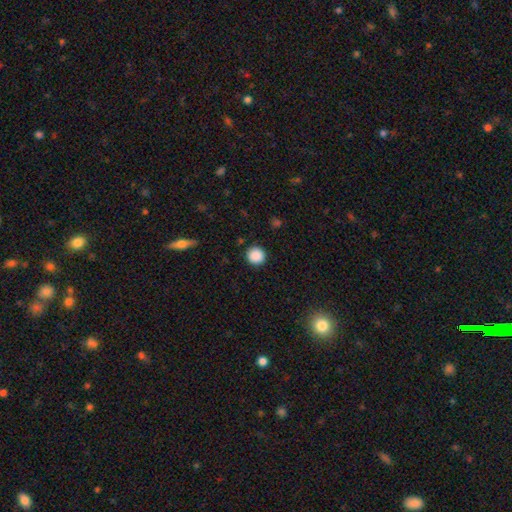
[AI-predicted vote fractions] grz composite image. It shows a smooth galaxy with no disk features (88%) that is round (94%). Merging: none (91%).